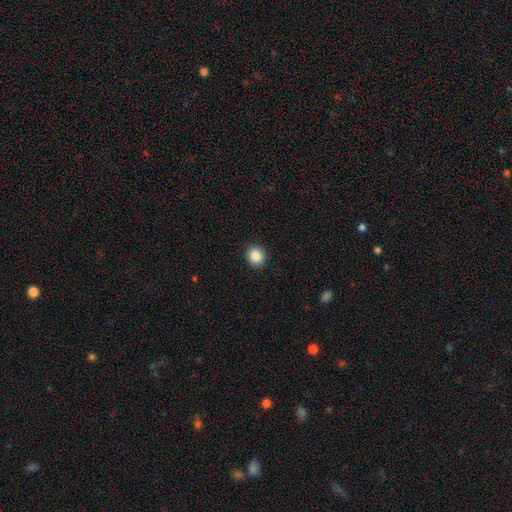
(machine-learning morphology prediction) Q: Smooth or featured?
A: smooth (87%); runner-up: star or artifact (9%)
Q: How rounded?
A: round (85%); runner-up: in between (14%)
Q: Merging?
A: none (92%); runner-up: minor disturbance (5%)